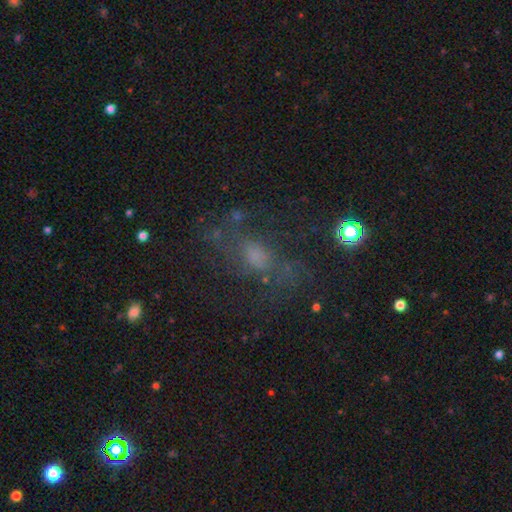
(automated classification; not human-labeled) This is marginally a featured or disk galaxy (40%). Merging: possibly none (52%).